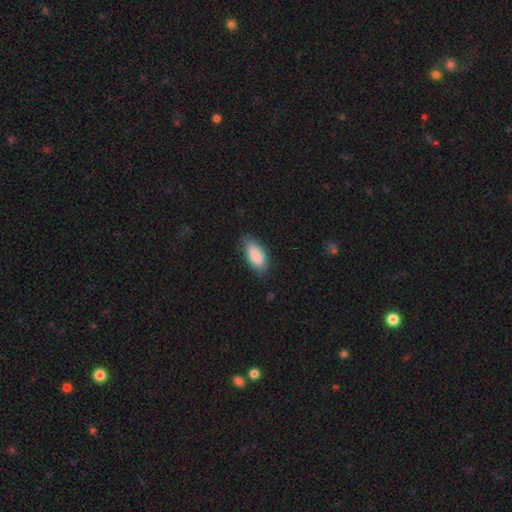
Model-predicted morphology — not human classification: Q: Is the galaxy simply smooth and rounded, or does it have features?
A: smooth — 88%.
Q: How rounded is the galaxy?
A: in between — 88%.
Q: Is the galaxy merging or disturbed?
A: none — 77%.